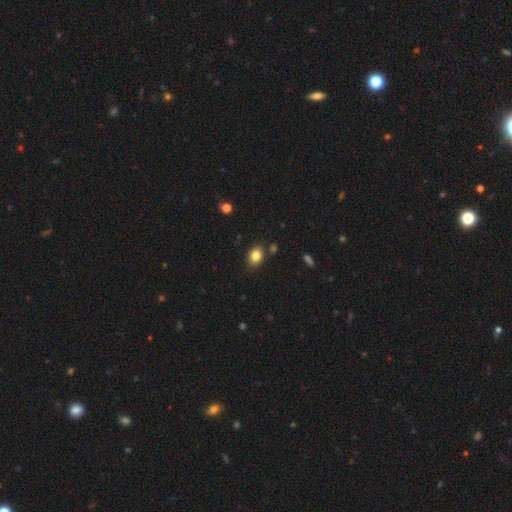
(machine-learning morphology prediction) smooth-or-featured: smooth: 84% | star or artifact: 10% | featured or disk: 7%
  how-rounded: in between: 68% | round: 31% | cigar-shaped: 1%
  merging: none: 82% | minor disturbance: 12% | merger: 4% | major disturbance: 3%